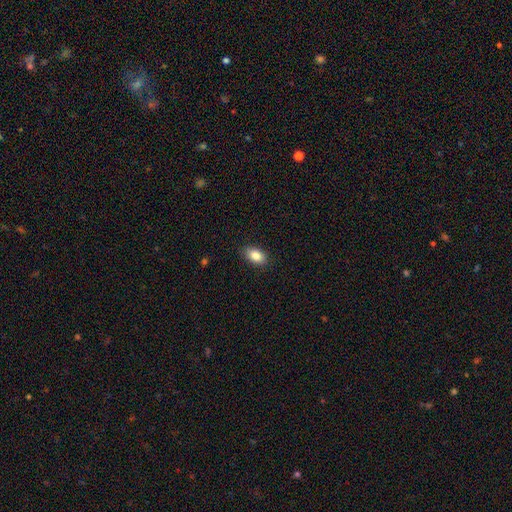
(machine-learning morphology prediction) Smooth or featured? smooth (85%)
How rounded? in between (89%)
Merging? none (88%)